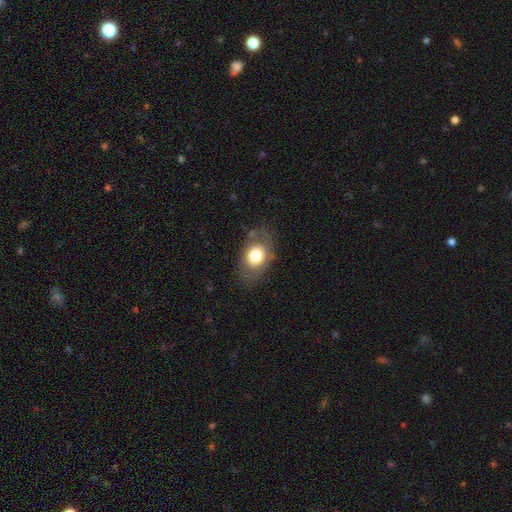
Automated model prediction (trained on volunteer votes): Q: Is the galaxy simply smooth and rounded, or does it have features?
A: smooth — 71%.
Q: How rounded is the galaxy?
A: in between — 74%.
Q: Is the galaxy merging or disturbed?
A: none — 76%.